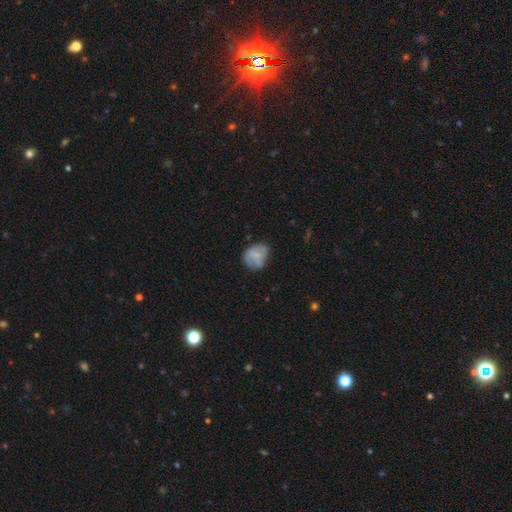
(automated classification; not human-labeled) A smooth galaxy with no disk features (57%) that is round (58%). Merging: none (52%).